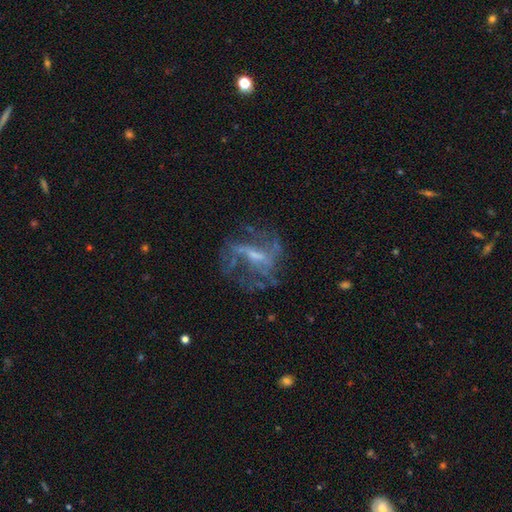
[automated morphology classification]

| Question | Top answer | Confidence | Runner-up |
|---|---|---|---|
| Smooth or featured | featured or disk | 75% | star or artifact (13%) |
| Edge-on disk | no | 93% | yes (7%) |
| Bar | weak | 45% | strong (30%) |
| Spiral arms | yes | 66% | no (34%) |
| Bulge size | small | 45% | moderate (29%) |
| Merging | none | 52% | major disturbance (29%) |